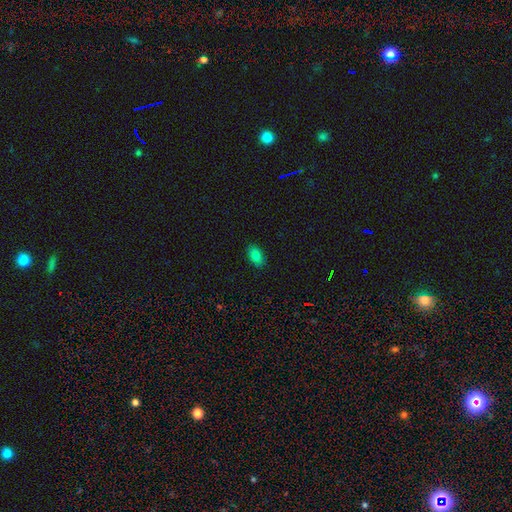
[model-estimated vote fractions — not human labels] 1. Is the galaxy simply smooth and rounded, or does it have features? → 83% smooth, 10% star or artifact, 7% featured or disk.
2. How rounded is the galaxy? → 92% in between, 6% round, 2% cigar-shaped.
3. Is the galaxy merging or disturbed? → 88% none, 9% minor disturbance, 2% major disturbance, 1% merger.